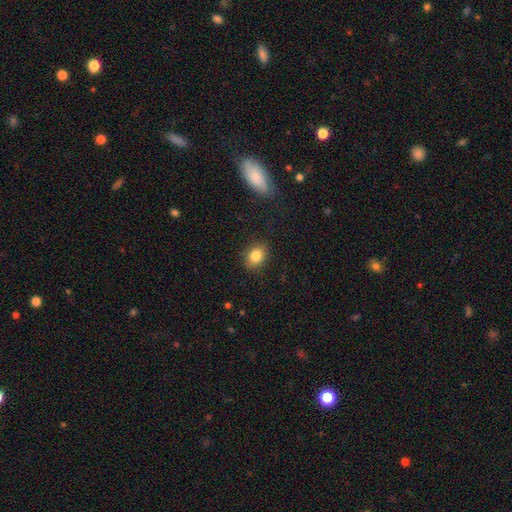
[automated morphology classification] type=smooth (83%); roundness=in between (64%); merging=none (86%).